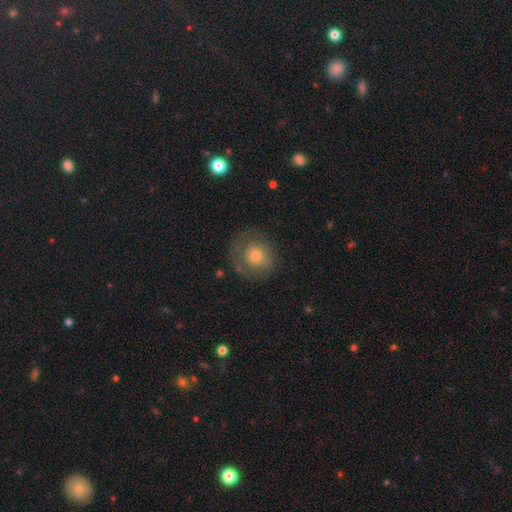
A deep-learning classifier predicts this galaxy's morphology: Smooth or featured? smooth (60%)
How rounded? round (86%)
Merging? none (70%)